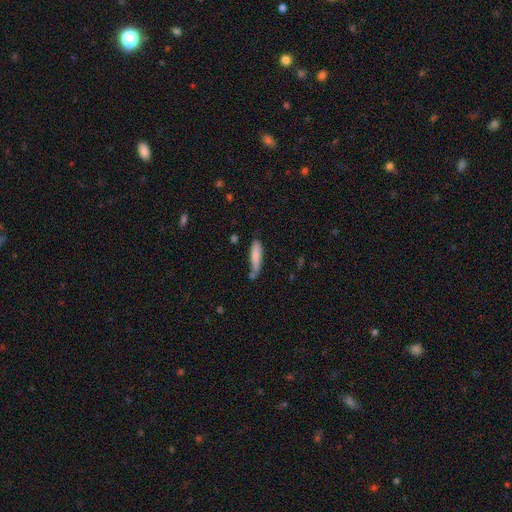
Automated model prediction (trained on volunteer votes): Overall: smooth (79%). How rounded: cigar-shaped (78%). Merging: none (57%; minor disturbance 27%).